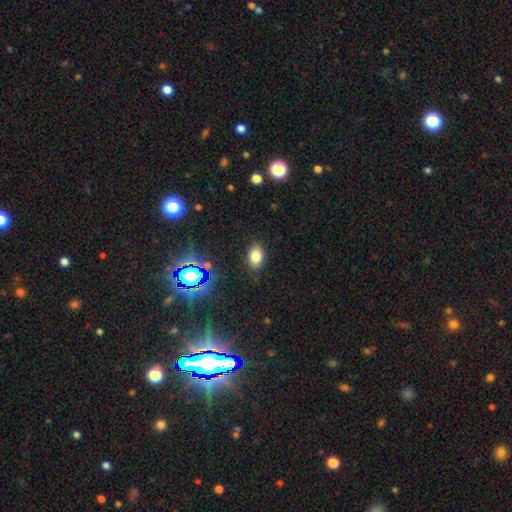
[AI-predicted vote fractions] Smooth or featured? smooth (77%)
How rounded? in between (87%)
Merging? none (86%)